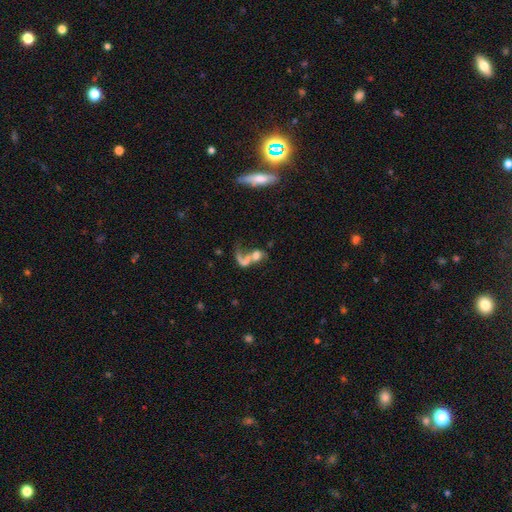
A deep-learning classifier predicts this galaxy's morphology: Overall: featured or disk (48%; smooth 40%). Merging: merger (49%; major disturbance 25%).